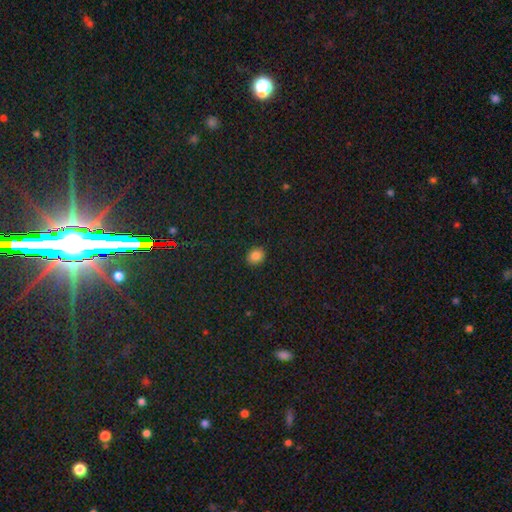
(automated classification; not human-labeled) This is clearly a smooth galaxy (84%). How rounded: possibly round (58%). Merging: clearly none (90%).